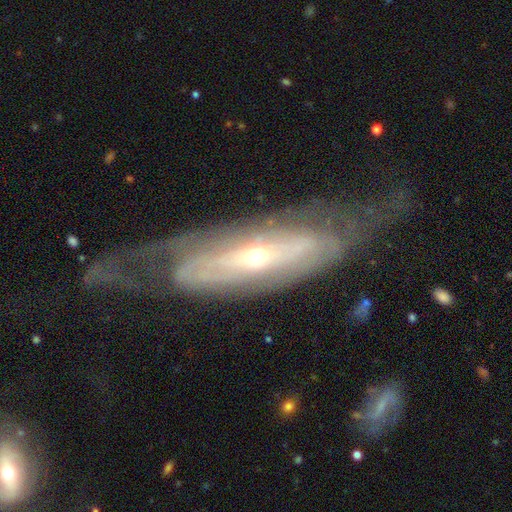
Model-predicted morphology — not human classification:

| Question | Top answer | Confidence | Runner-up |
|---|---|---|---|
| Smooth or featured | featured or disk | 75% | smooth (18%) |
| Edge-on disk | no | 67% | yes (33%) |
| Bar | no | 72% | weak (19%) |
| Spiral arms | yes | 61% | no (39%) |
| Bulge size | moderate | 53% | small (40%) |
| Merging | none | 60% | minor disturbance (23%) |